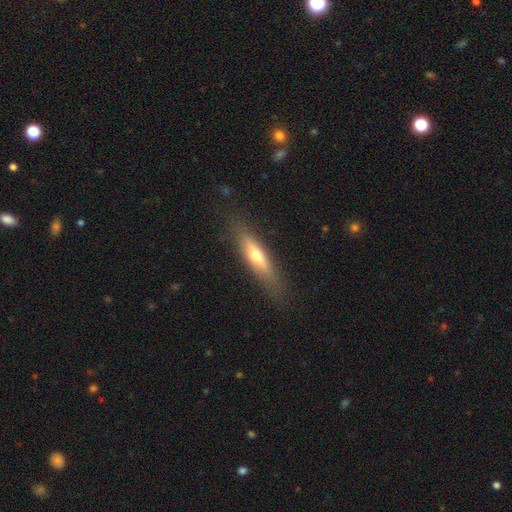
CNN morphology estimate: smooth_or_featured: smooth (p=0.50) [alt: featured or disk p=0.43]
how_rounded: cigar-shaped (p=0.72) [alt: in between p=0.26]
merging: none (p=0.82) [alt: minor disturbance p=0.13]